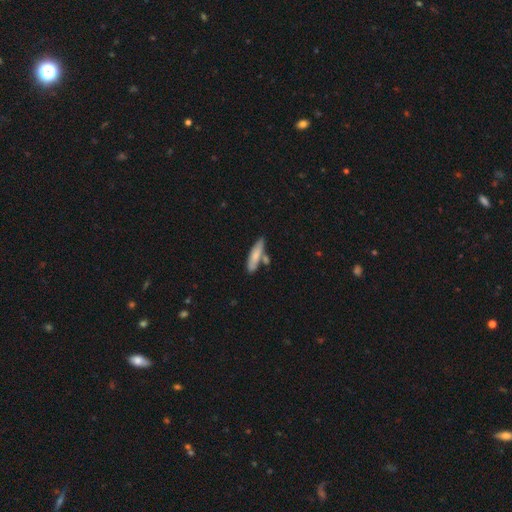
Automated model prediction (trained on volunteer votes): The model was most divided on "how rounded": cigar-shaped: 66%, in between: 32%, round: 2%. More confident: smooth or featured — smooth (77%); merging — none (64%).